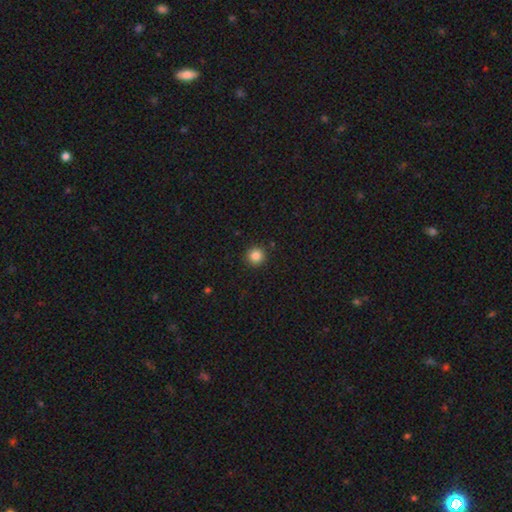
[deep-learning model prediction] A smooth galaxy with no disk features (85%) that is round (96%).

Vote fractions:
- Smooth or featured? smooth: 85% / star or artifact: 11% / featured or disk: 4%
- How rounded? round: 96% / in between: 4% / cigar-shaped: 1%
- Merging? none: 92% / minor disturbance: 5% / major disturbance: 2% / merger: 1%